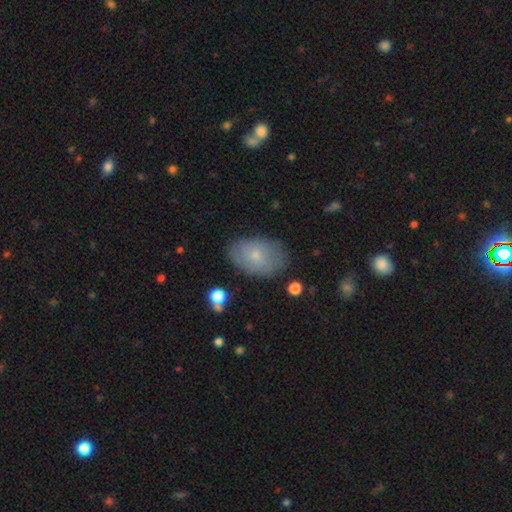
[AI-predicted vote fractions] Smooth or featured?
  - smooth: 69% *
  - featured or disk: 24%
  - star or artifact: 8%
How rounded?
  - in between: 88% *
  - round: 11%
  - cigar-shaped: 1%
Merging?
  - none: 77% *
  - minor disturbance: 17%
  - major disturbance: 5%
  - merger: 2%